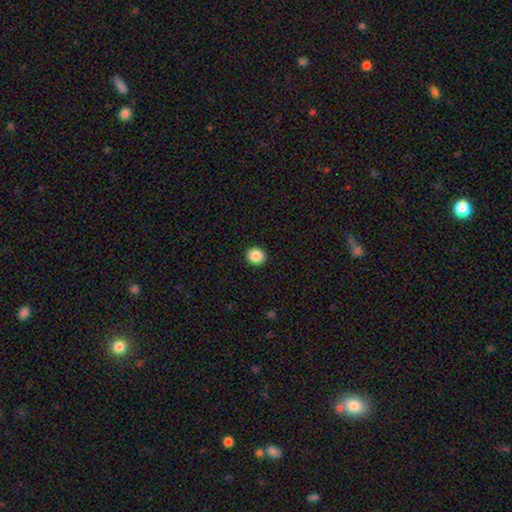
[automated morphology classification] Q: Smooth or featured?
A: smooth (87%); runner-up: star or artifact (9%)
Q: How rounded?
A: round (89%); runner-up: in between (10%)
Q: Merging?
A: none (93%); runner-up: minor disturbance (4%)